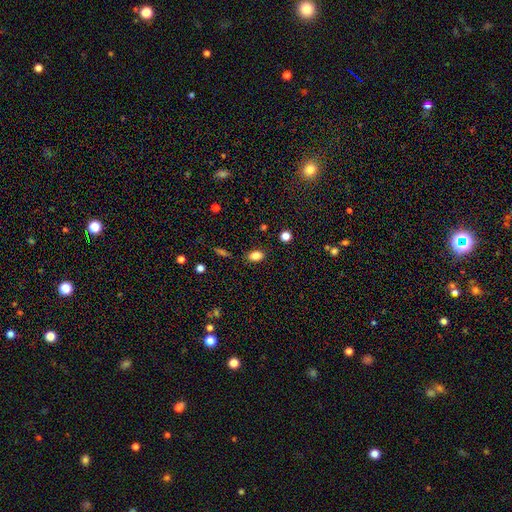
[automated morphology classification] Smooth or featured? smooth (83%)
How rounded? in between (81%)
Merging? none (85%)